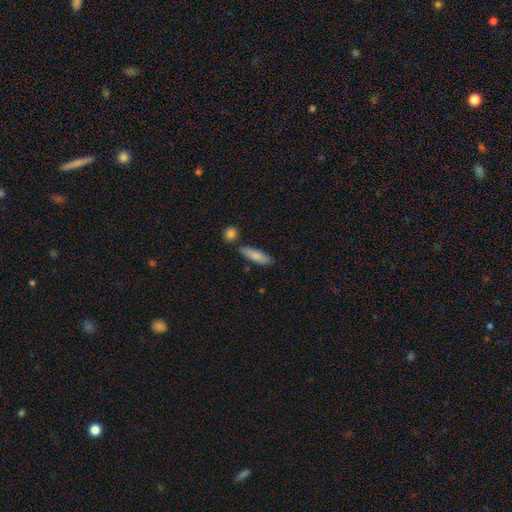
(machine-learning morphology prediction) type=smooth (81%); roundness=cigar-shaped (55%); merging=none (75%).